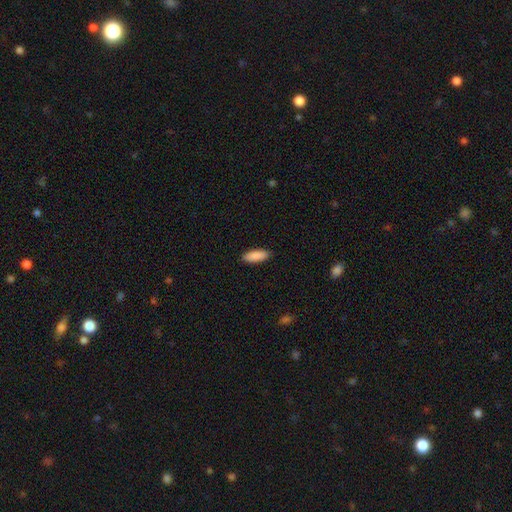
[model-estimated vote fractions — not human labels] Smooth or featured?
  - smooth: 90% *
  - star or artifact: 6%
  - featured or disk: 5%
How rounded?
  - in between: 68% *
  - cigar-shaped: 30%
  - round: 2%
Merging?
  - none: 89% *
  - minor disturbance: 8%
  - major disturbance: 2%
  - merger: 1%